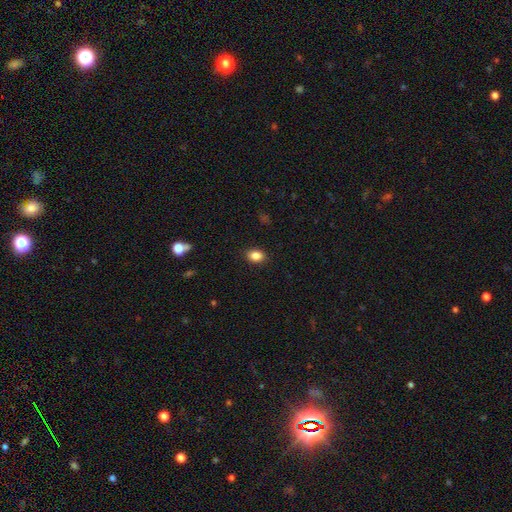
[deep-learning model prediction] smooth-or-featured: smooth: 86% | star or artifact: 9% | featured or disk: 5%
  how-rounded: in between: 77% | round: 22% | cigar-shaped: 1%
  merging: none: 89% | minor disturbance: 8% | major disturbance: 2% | merger: 1%